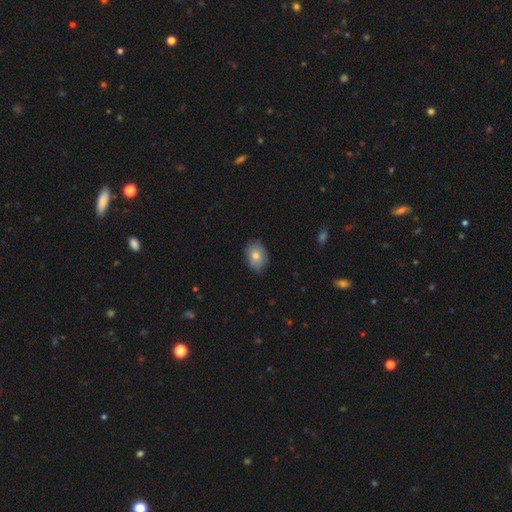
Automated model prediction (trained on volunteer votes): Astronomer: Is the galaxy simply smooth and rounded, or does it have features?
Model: smooth — 75%.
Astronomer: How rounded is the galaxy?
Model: in between — 73%.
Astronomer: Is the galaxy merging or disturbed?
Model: none — 77%.